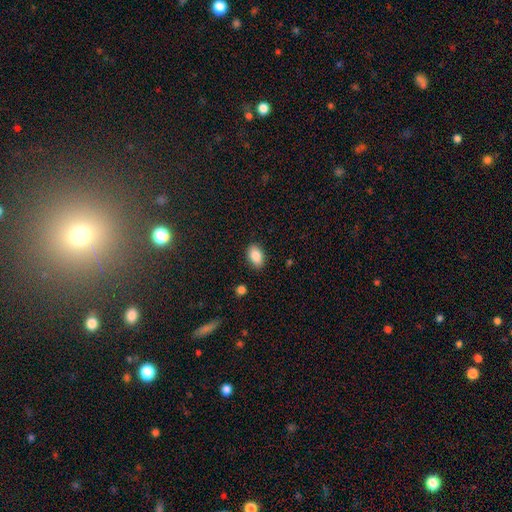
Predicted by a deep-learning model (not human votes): A smooth galaxy with no disk features (87%) that is in between round and cigar-shaped (90%). Merging: none (86%).